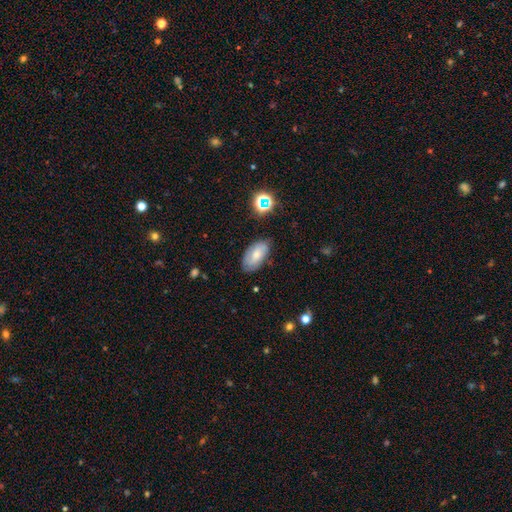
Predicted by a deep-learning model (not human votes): This appears to be a smooth galaxy with no disk features (58%) that is in between round and cigar-shaped (92%). Merging: none (73%).